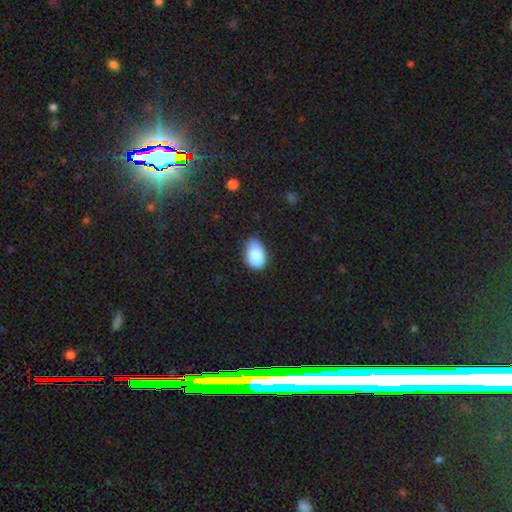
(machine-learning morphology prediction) Q: Smooth or featured?
A: smooth (87%); runner-up: star or artifact (7%)
Q: How rounded?
A: in between (89%); runner-up: round (10%)
Q: Merging?
A: none (66%); runner-up: minor disturbance (28%)